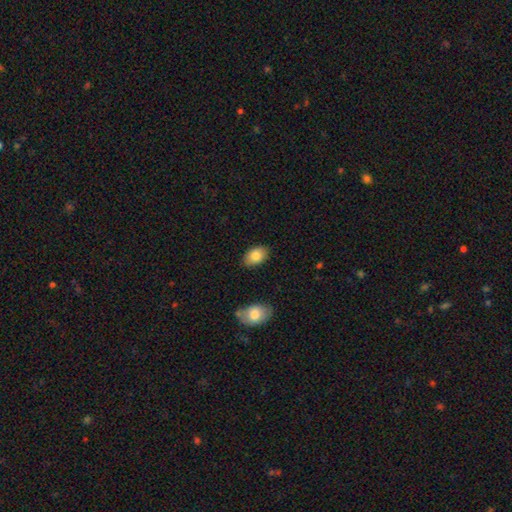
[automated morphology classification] Smooth or featured?
  - smooth: 83% *
  - featured or disk: 10%
  - star or artifact: 7%
How rounded?
  - in between: 89% *
  - round: 10%
  - cigar-shaped: 1%
Merging?
  - none: 84% *
  - minor disturbance: 12%
  - major disturbance: 2%
  - merger: 2%